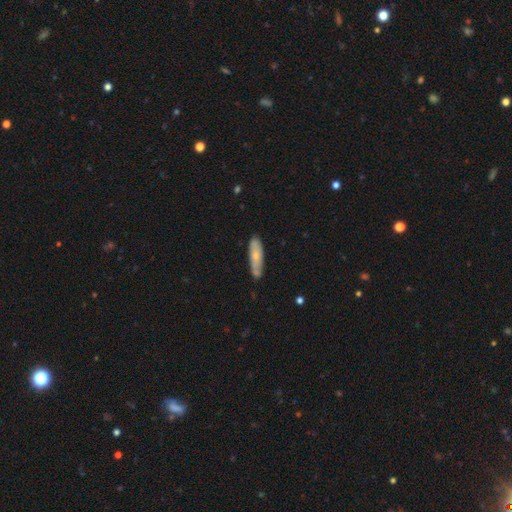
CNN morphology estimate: A smooth galaxy with no disk features (59%) that is cigar-shaped (63%). Merging: none (68%).